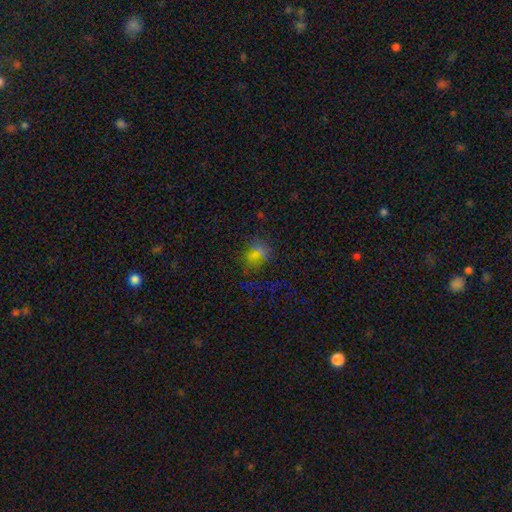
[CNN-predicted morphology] This is possibly a smooth galaxy (53%). How rounded: possibly round (51%). Merging: possibly none (50%).